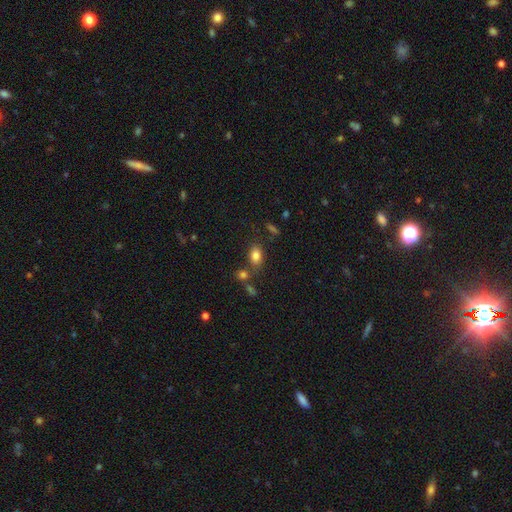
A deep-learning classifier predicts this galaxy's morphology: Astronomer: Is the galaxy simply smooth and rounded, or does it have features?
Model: smooth — 82%.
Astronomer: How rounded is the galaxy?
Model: in between — 81%.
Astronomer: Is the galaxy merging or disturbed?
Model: none — 70%.